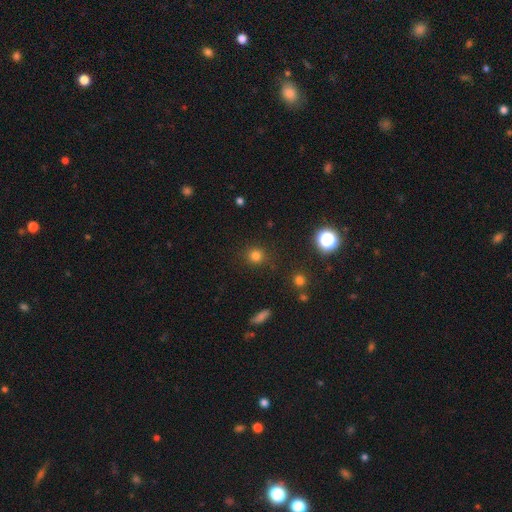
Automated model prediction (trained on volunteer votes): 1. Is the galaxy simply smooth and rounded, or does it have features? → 77% smooth, 17% star or artifact, 5% featured or disk.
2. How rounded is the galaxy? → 91% round, 8% in between, 1% cigar-shaped.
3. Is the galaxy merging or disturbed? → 88% none, 7% minor disturbance, 3% major disturbance, 2% merger.